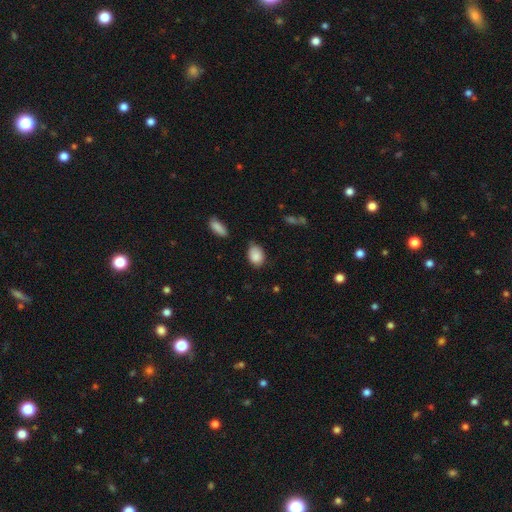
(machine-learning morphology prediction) Overall: smooth (87%). How rounded: in between (76%). Merging: none (68%).